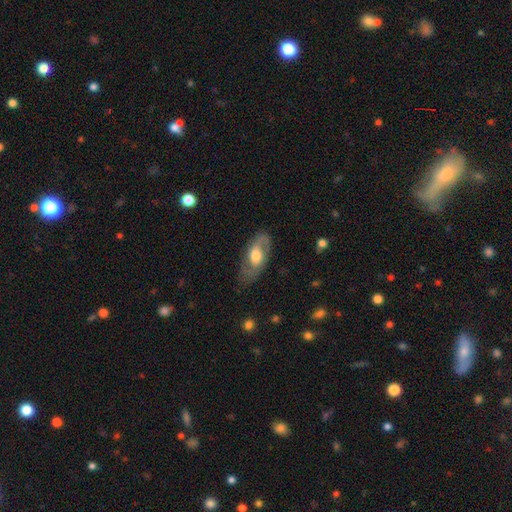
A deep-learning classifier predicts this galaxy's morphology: A featured or disk galaxy (58%) with no bar (63%), spiral arms (74%) and a moderate central bulge (61%). Merging: none (65%).